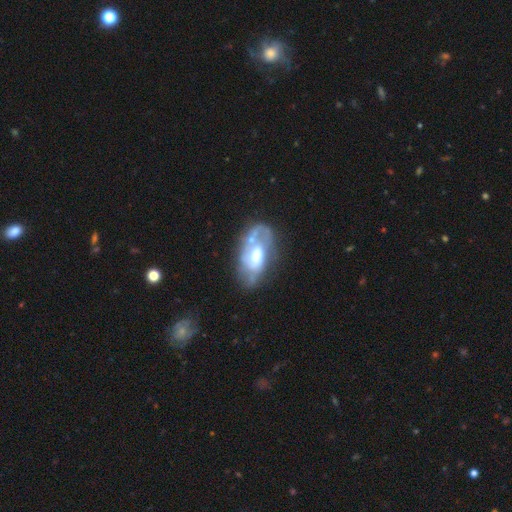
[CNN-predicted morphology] Overall: featured or disk (65%; smooth 28%). Edge-on disk: no (93%). Bar: no (58%; weak 33%). Spiral arms: yes (65%; no 35%). Bulge size: moderate (57%; large 23%). Merging: none (46%; minor disturbance 25%).